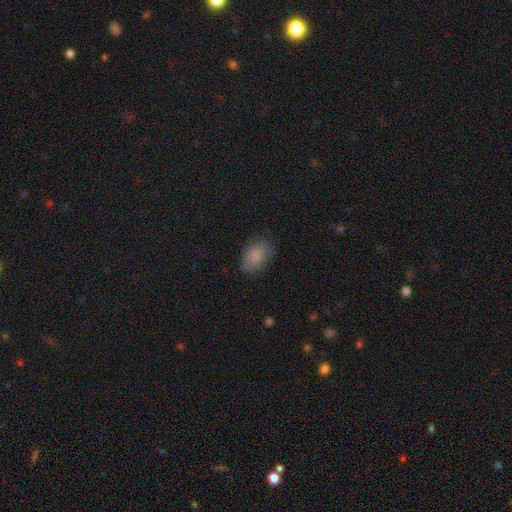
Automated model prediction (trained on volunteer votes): Morphology: type=smooth (85%); roundness=in between (86%); merging=none (79%).